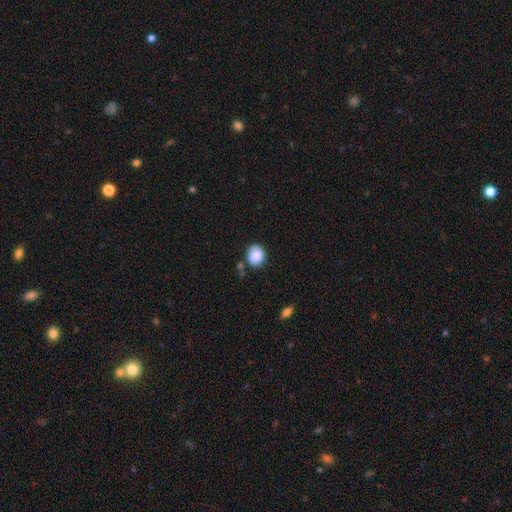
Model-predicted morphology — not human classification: smooth-or-featured: smooth: 88% | star or artifact: 8% | featured or disk: 4%
  how-rounded: round: 62% | in between: 37% | cigar-shaped: 1%
  merging: none: 72% | minor disturbance: 17% | merger: 7% | major disturbance: 4%